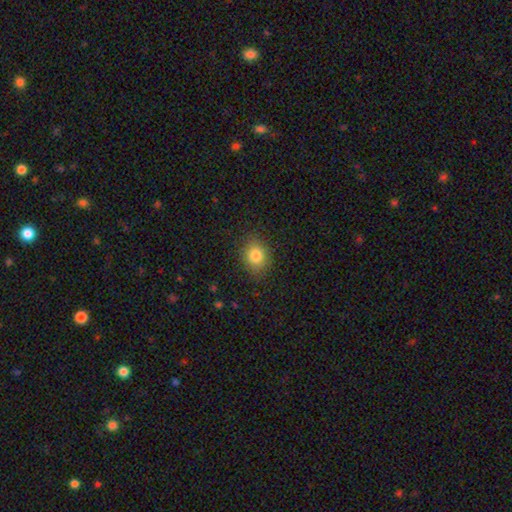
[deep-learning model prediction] Smooth or featured: smooth — 82% (star or artifact — 11%)
How rounded: round — 67% (in between — 32%)
Merging: none — 86% (minor disturbance — 10%)